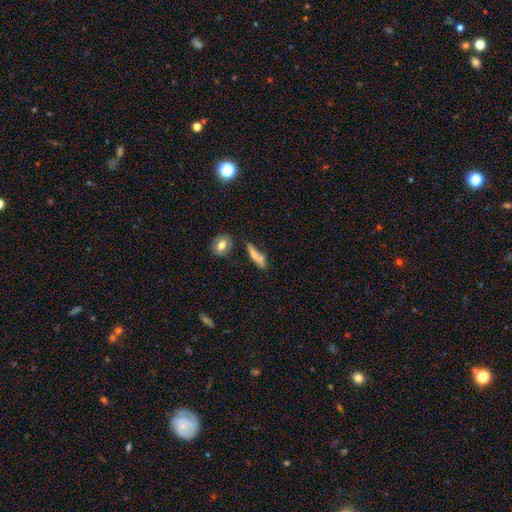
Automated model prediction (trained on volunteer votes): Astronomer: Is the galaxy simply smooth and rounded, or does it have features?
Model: smooth — 68%.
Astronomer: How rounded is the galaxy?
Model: cigar-shaped — 71%.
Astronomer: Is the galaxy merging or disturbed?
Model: none — 55%.